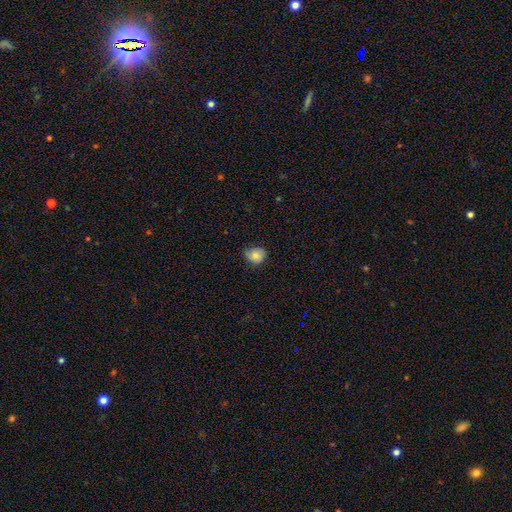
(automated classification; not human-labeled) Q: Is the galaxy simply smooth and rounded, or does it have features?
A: smooth — 84%.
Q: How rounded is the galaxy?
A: round — 66%.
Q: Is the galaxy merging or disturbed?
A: none — 71%.